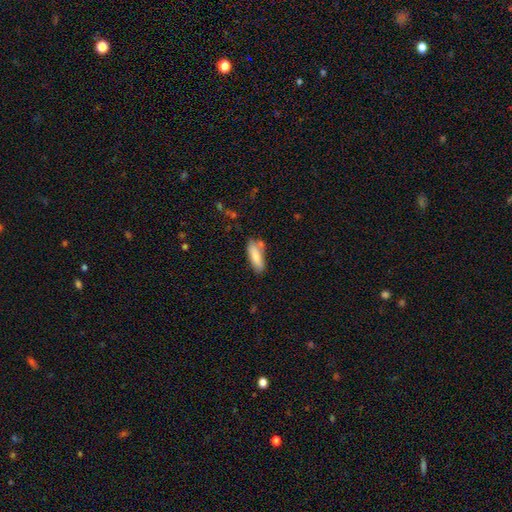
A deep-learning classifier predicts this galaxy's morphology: smooth_or_featured: smooth (p=0.77) [alt: featured or disk p=0.17]
how_rounded: in between (p=0.56) [alt: cigar-shaped p=0.42]
merging: none (p=0.65) [alt: minor disturbance p=0.20]